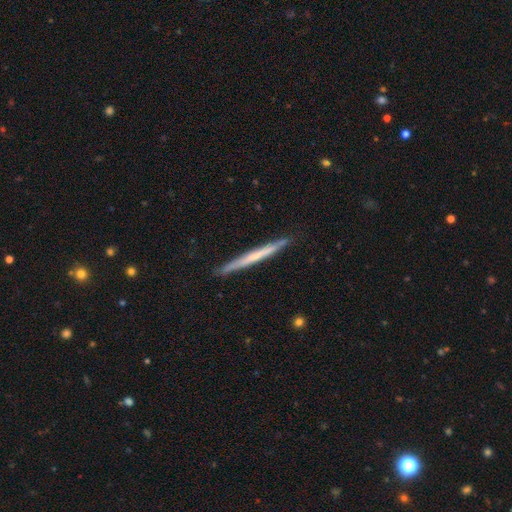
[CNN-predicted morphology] featured or disk 51%, smooth 44%, star or artifact 6%. Down the decision tree: edge-on disk — yes (97%); merging — none (89%).